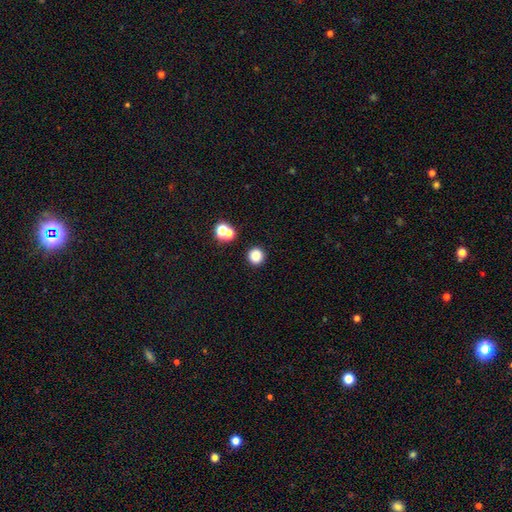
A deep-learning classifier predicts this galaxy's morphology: Overall: smooth (82%). How rounded: round (93%). Merging: none (86%).